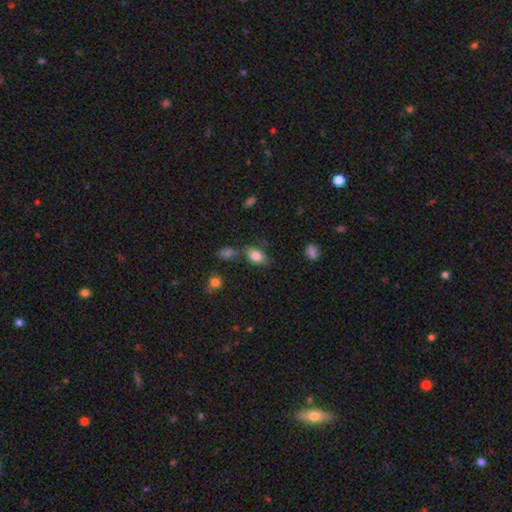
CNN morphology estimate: Smooth or featured? smooth (82%)
How rounded? in between (88%)
Merging? none (64%)